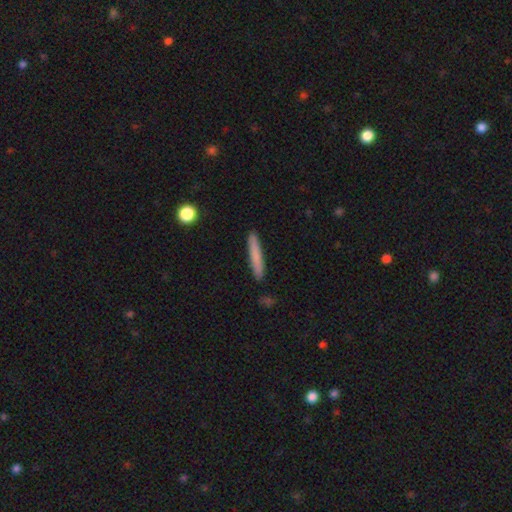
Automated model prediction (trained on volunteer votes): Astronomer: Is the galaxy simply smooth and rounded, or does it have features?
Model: smooth — 77%.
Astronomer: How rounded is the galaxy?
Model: cigar-shaped — 95%.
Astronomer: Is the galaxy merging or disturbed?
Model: none — 89%.